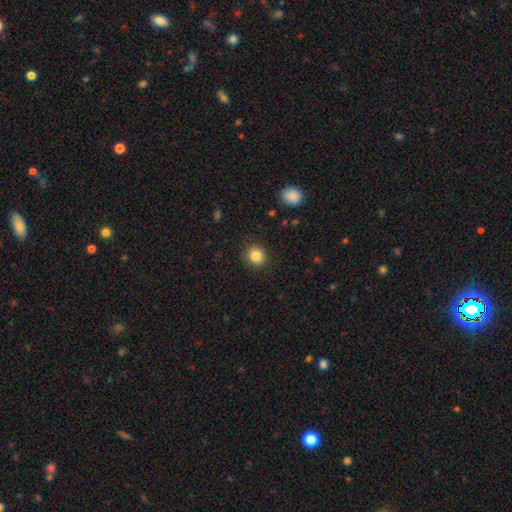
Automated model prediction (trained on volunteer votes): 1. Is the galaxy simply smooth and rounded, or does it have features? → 84% smooth, 10% star or artifact, 6% featured or disk.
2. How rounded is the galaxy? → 87% round, 12% in between, 1% cigar-shaped.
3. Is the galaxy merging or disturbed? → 90% none, 7% minor disturbance, 2% major disturbance, 1% merger.